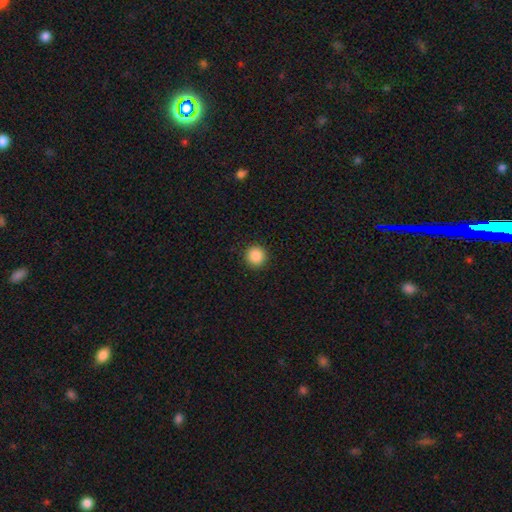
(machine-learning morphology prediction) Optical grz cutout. It shows a smooth galaxy with no disk features (88%) that is round (96%). Merging: none (93%).